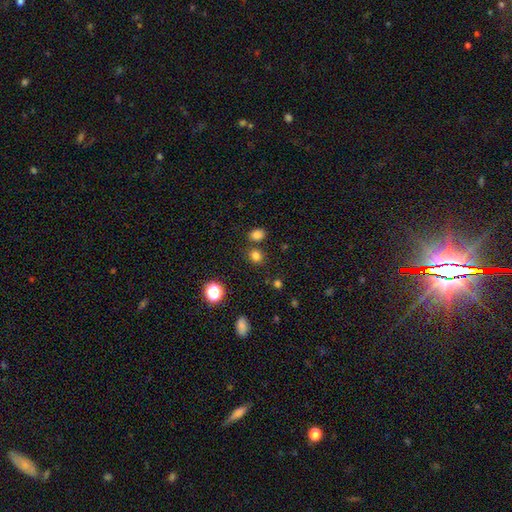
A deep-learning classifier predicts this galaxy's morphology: Smooth or featured?
  - smooth: 78% *
  - star or artifact: 18%
  - featured or disk: 5%
How rounded?
  - round: 68% *
  - in between: 31%
  - cigar-shaped: 1%
Merging?
  - none: 75% *
  - merger: 14%
  - minor disturbance: 9%
  - major disturbance: 3%